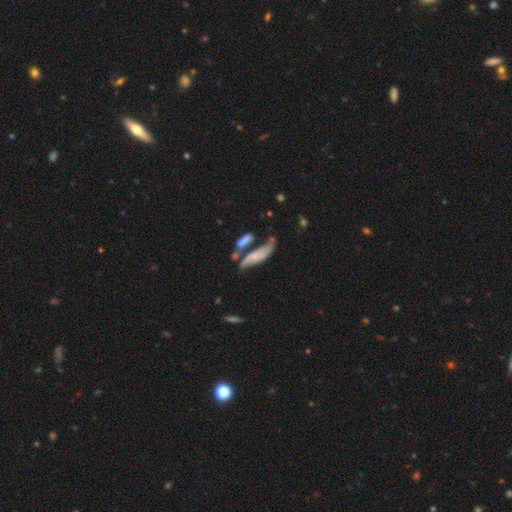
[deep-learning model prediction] Smooth or featured?
  - featured or disk: 46% * (tied)
  - smooth: 46% * (tied)
  - star or artifact: 8%
Merging?
  - none: 35% *
  - merger: 32%
  - minor disturbance: 20%
  - major disturbance: 12%